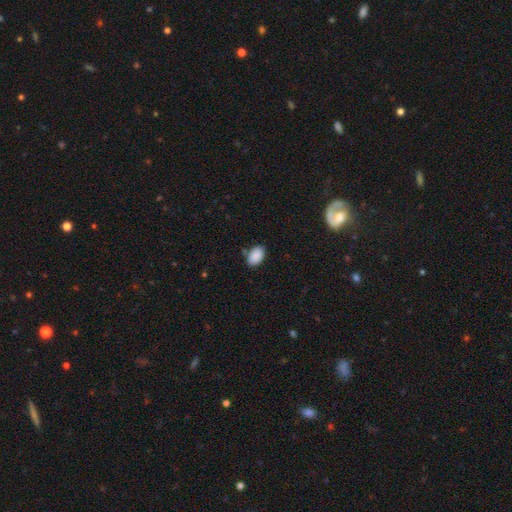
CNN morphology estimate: This appears to be a smooth galaxy with no disk features (89%) that is in between round and cigar-shaped (91%). Merging: none (81%).